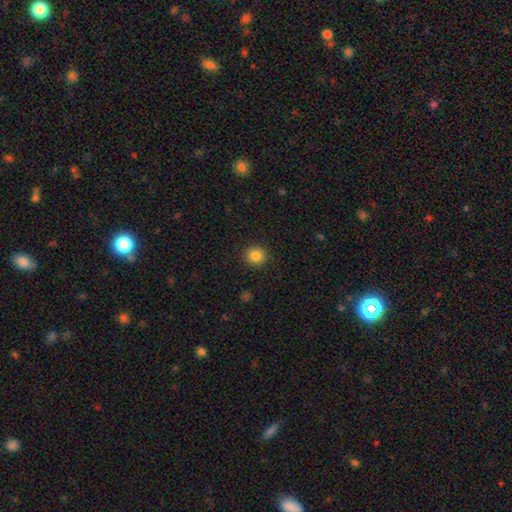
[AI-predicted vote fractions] A smooth galaxy with no disk features (85%) that is round (89%).

Vote fractions:
- Smooth or featured? smooth: 85% / star or artifact: 11% / featured or disk: 4%
- How rounded? round: 89% / in between: 10% / cigar-shaped: 1%
- Merging? none: 91% / minor disturbance: 6% / major disturbance: 2% / merger: 1%